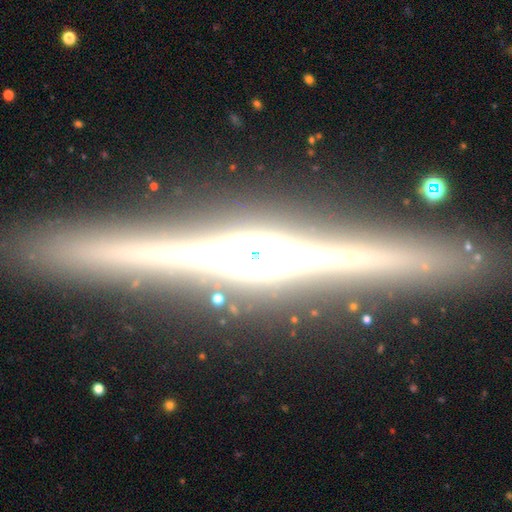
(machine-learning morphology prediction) Smooth or featured: featured or disk — 82% (star or artifact — 9%)
Edge-on disk: yes — 97% (no — 3%)
Edge-on bulge: rounded — 57% (boxy — 22%)
Merging: none — 84% (minor disturbance — 10%)